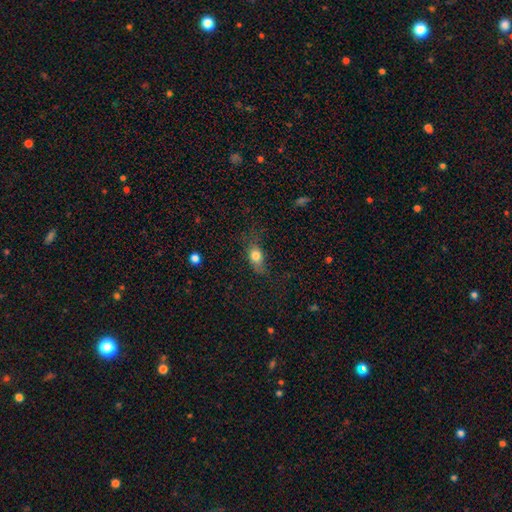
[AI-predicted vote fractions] Smooth or featured? smooth (77%)
How rounded? in between (70%)
Merging? none (55%)